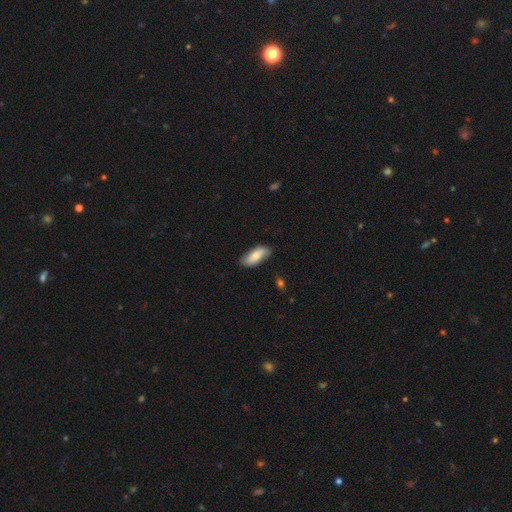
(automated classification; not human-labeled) A smooth galaxy with no disk features (77%) that is in between round and cigar-shaped (82%). Merging: none (82%).